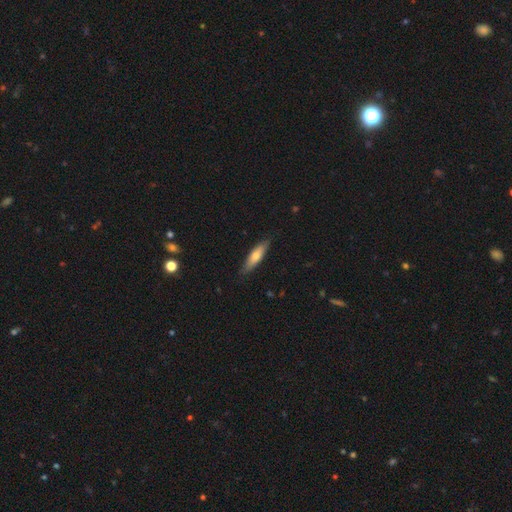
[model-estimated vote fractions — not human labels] A smooth galaxy with no disk features (65%) that is cigar-shaped (68%).

Vote fractions:
- Smooth or featured? smooth: 65% / featured or disk: 29% / star or artifact: 6%
- How rounded? cigar-shaped: 68% / in between: 30% / round: 2%
- Merging? none: 84% / minor disturbance: 13% / major disturbance: 2% / merger: 1%